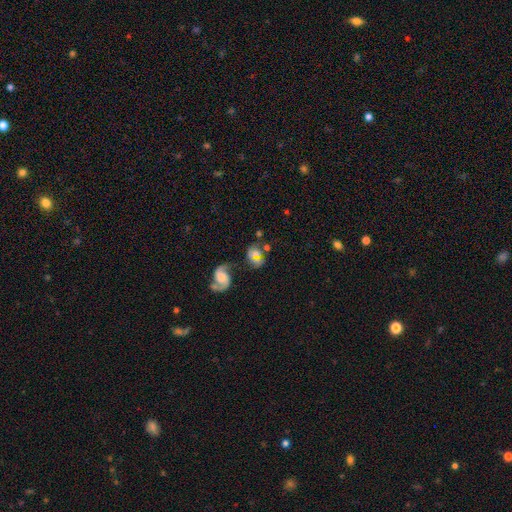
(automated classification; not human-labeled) Overall: featured or disk (45%; smooth 42%). Merging: none (47%; merger 24%).